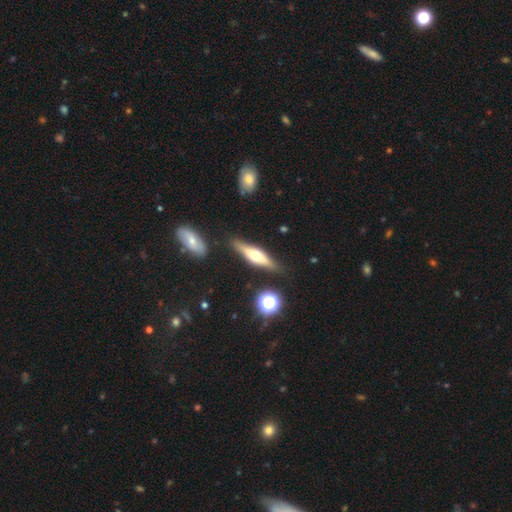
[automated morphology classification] smooth_or_featured: featured or disk (p=0.58) [alt: smooth p=0.35]
disk_edge_on: yes (p=0.91) [alt: no p=0.09]
edge_on_bulge: rounded (p=0.92) [alt: boxy p=0.05]
merging: none (p=0.84) [alt: minor disturbance p=0.11]